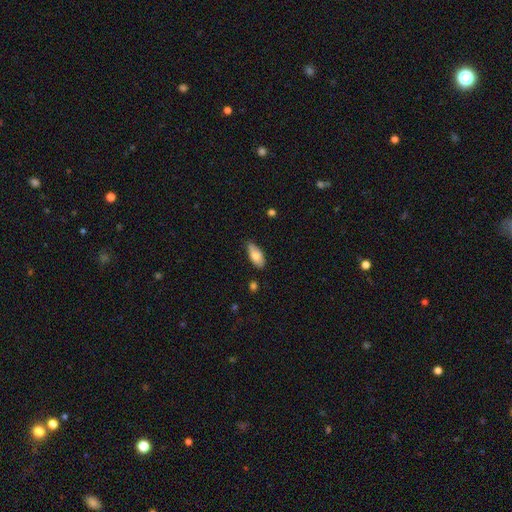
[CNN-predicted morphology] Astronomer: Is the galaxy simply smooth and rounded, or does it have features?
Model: smooth — 72%.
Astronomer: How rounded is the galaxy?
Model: in between — 86%.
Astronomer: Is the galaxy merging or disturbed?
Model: none — 73%.